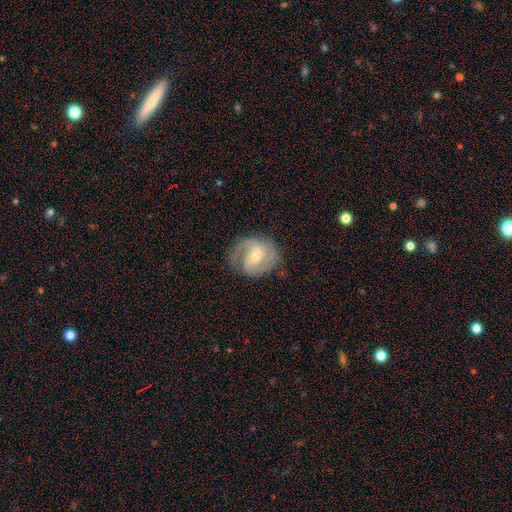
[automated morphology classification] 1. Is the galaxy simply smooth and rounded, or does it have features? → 85% featured or disk, 11% smooth, 5% star or artifact.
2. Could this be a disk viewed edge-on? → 98% no, 2% yes.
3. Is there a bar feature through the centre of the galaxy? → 52% weak, 34% no, 15% strong.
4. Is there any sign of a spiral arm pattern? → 96% yes, 4% no.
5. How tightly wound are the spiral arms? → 48% medium, 38% tight, 14% loose.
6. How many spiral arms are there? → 64% 2, 14% 3, 10% can't tell, 7% 1, 3% 4, 2% more than 4.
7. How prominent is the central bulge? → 48% moderate, 46% small, 3% large, 2% none, 1% dominant.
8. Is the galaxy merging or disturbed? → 70% none, 19% minor disturbance, 9% major disturbance, 1% merger.